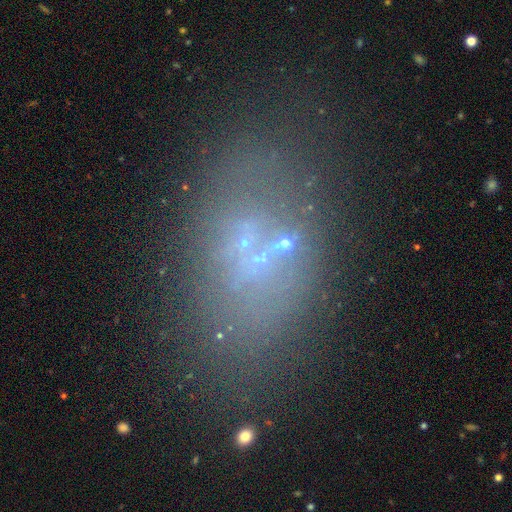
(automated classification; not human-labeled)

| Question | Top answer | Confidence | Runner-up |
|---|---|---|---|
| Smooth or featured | smooth | 41% | featured or disk (34%) |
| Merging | none | 66% | minor disturbance (16%) |